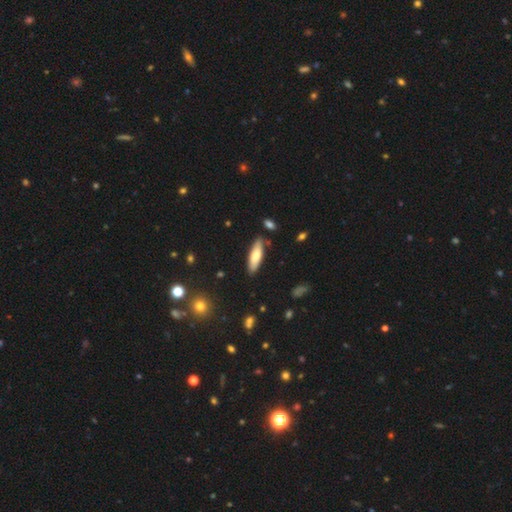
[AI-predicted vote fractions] This is likely a smooth galaxy (69%). How rounded: possibly cigar-shaped (55%). Merging: clearly none (84%).